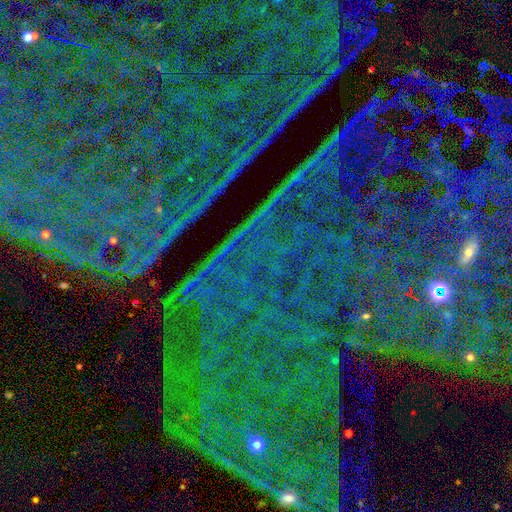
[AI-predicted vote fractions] A star or artifact, not a galaxy (88%).

Vote fractions:
- Smooth or featured? star or artifact: 88% / featured or disk: 7% / smooth: 6%